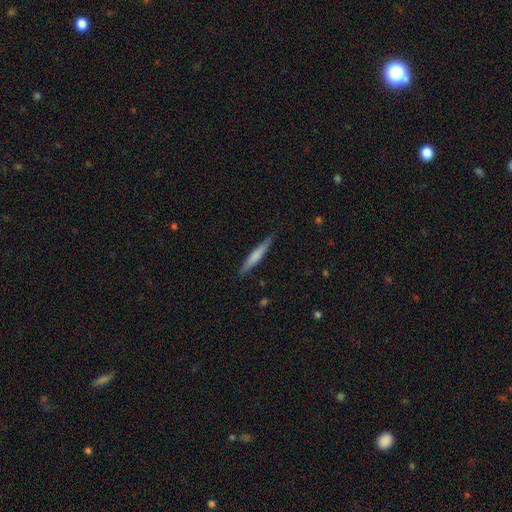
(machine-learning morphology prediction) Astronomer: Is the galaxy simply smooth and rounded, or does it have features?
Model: smooth — 65%.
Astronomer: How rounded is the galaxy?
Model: cigar-shaped — 95%.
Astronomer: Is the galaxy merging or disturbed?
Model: none — 87%.